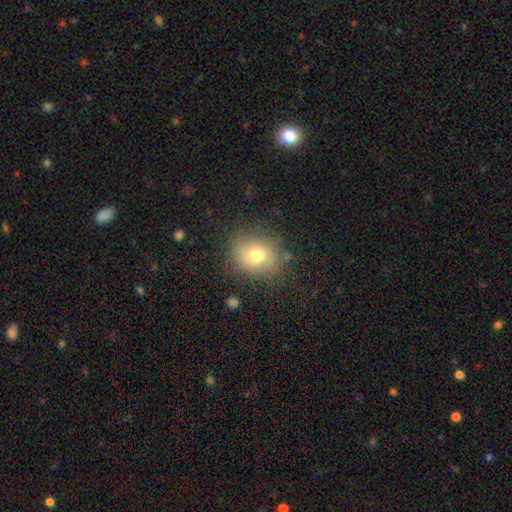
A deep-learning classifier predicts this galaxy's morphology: Smooth or featured?
  - smooth: 72% *
  - featured or disk: 14%
  - star or artifact: 13%
How rounded?
  - round: 70% *
  - in between: 29%
  - cigar-shaped: 1%
Merging?
  - none: 80% *
  - minor disturbance: 13%
  - major disturbance: 5%
  - merger: 2%